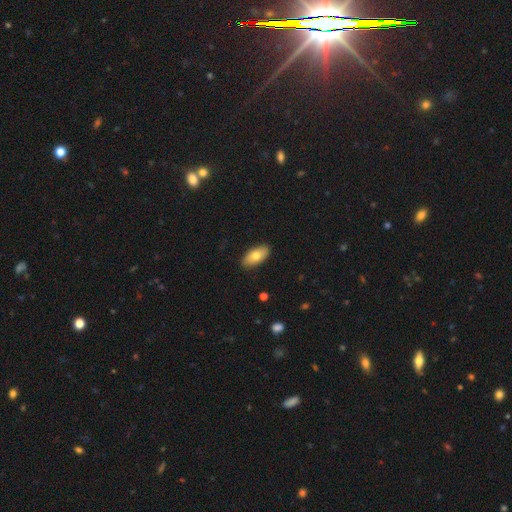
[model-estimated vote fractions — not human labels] The model was most divided on "smooth or featured": smooth: 72%, featured or disk: 21%, star or artifact: 6%. More confident: how rounded — in between (91%); merging — none (88%).